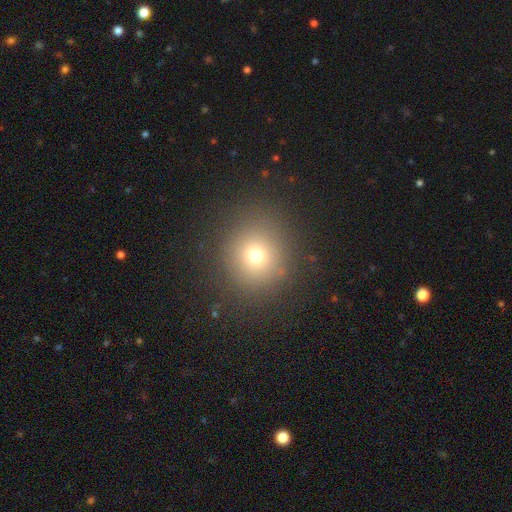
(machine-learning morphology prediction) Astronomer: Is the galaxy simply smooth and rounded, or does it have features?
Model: smooth — 70%.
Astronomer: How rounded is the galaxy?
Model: round — 90%.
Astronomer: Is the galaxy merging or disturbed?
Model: none — 86%.